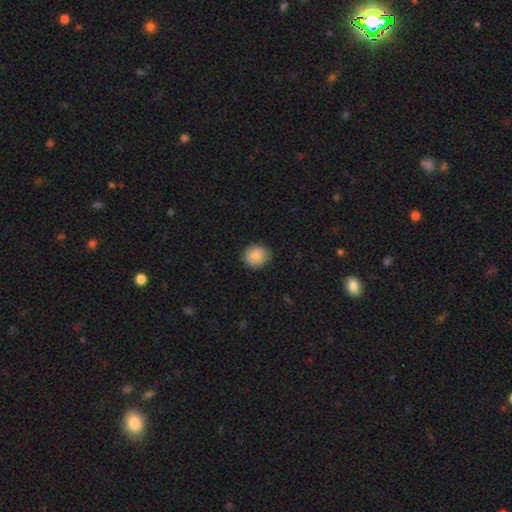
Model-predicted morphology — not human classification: A smooth galaxy with no disk features (86%) that is round (78%). Merging: none (89%).